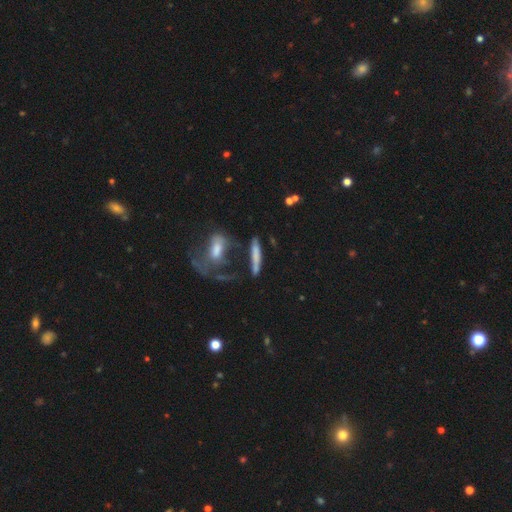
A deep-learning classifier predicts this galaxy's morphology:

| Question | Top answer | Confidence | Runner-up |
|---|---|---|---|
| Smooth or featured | smooth | 63% | featured or disk (28%) |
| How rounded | cigar-shaped | 87% | in between (10%) |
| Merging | none | 60% | minor disturbance (17%) |